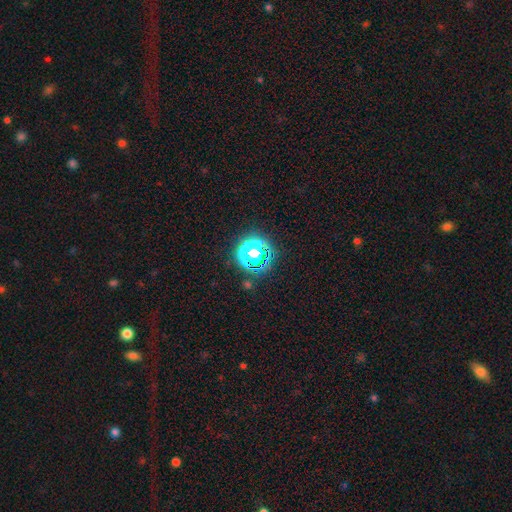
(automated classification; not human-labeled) This appears to be a smooth galaxy with no disk features (48%). Merging: none (77%).